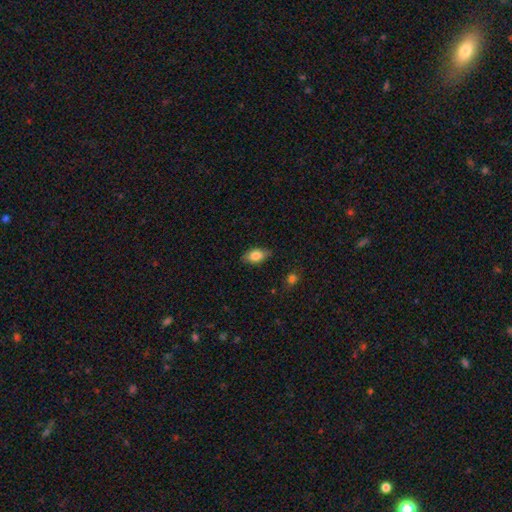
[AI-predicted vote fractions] Smooth or featured? smooth (81%)
How rounded? in between (88%)
Merging? none (83%)